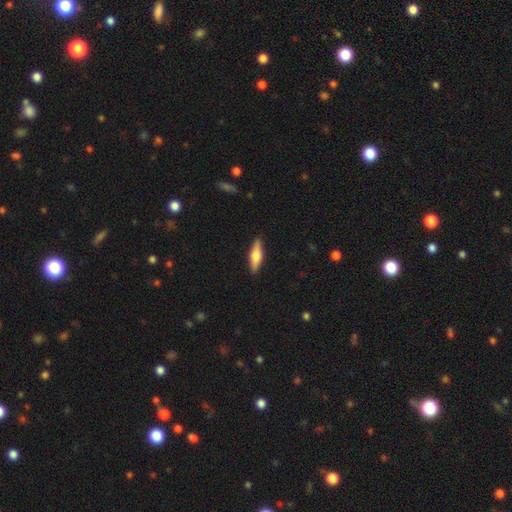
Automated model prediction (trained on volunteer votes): smooth-or-featured: smooth: 48% | featured or disk: 47% | star or artifact: 6%
  merging: none: 90% | minor disturbance: 7% | major disturbance: 2% | merger: 1%